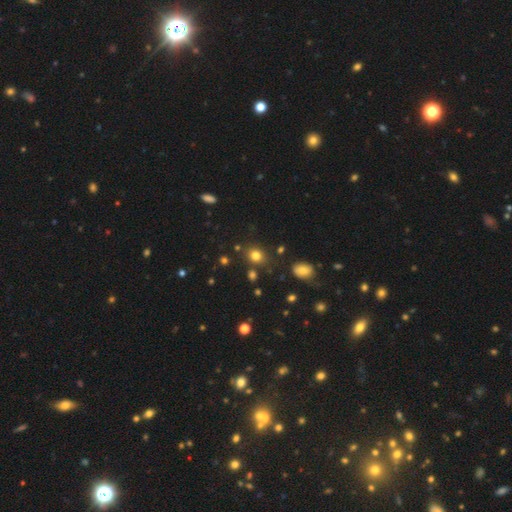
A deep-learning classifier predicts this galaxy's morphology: smooth 79%, star or artifact 14%, featured or disk 7%. Down the decision tree: how rounded — round (57%); merging — none (79%).